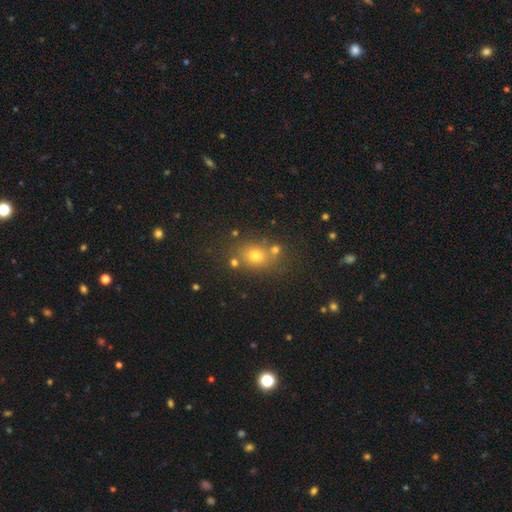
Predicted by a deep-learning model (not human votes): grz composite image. It shows a smooth galaxy with no disk features (69%) that is round (58%). Merging: none (71%).